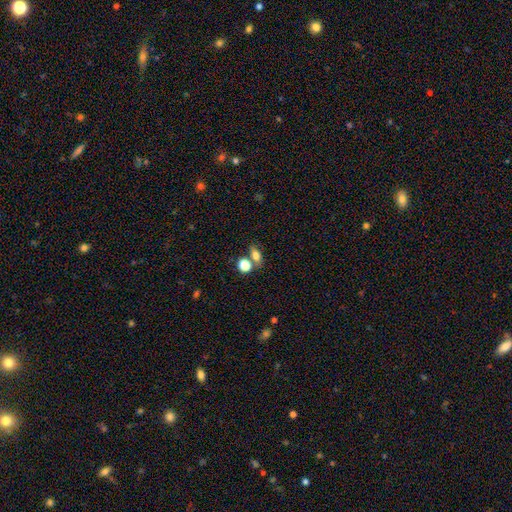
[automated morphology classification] Smooth or featured?
  - smooth: 73% *
  - featured or disk: 15%
  - star or artifact: 13%
How rounded?
  - in between: 69% *
  - round: 24%
  - cigar-shaped: 7%
Merging?
  - none: 62% *
  - merger: 23%
  - minor disturbance: 11%
  - major disturbance: 4%